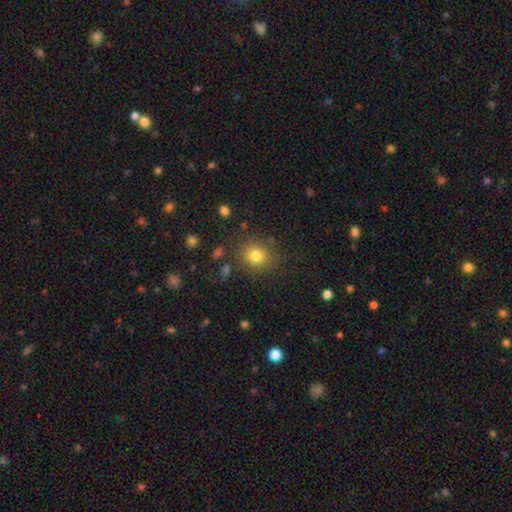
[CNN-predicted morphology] Overall: smooth (79%). How rounded: round (79%). Merging: none (82%).